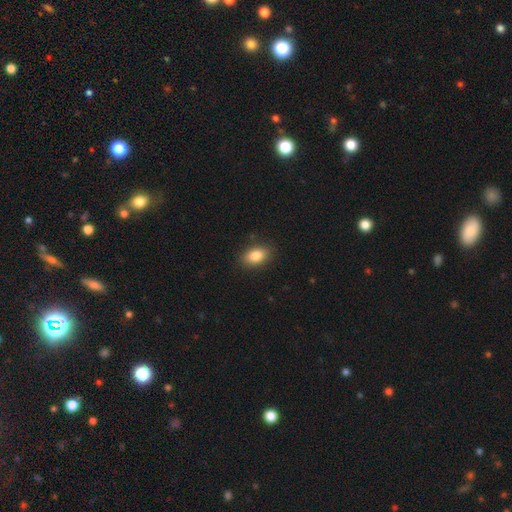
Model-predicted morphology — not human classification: Smooth or featured?
  - smooth: 85% *
  - star or artifact: 8%
  - featured or disk: 7%
How rounded?
  - in between: 86% *
  - round: 12%
  - cigar-shaped: 2%
Merging?
  - none: 87% *
  - minor disturbance: 10%
  - major disturbance: 2%
  - merger: 1%